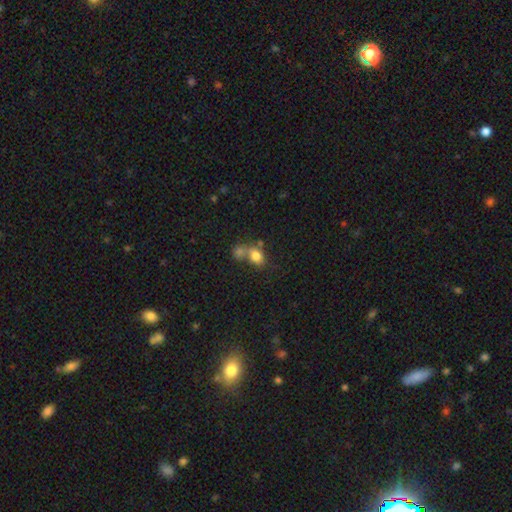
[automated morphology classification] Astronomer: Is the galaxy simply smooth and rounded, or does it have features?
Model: smooth — 79%.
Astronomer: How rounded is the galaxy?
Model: in between — 58% (runner-up: round, 41%).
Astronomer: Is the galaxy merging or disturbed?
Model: merger — 51% (runner-up: none, 31%).